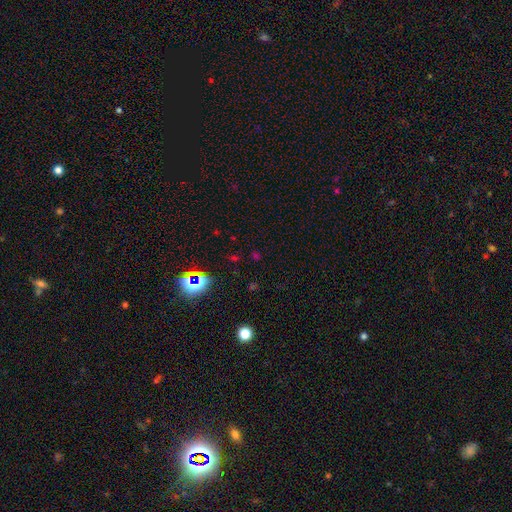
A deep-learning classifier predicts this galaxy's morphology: Q: Smooth or featured?
A: star or artifact (63%); runner-up: smooth (30%)